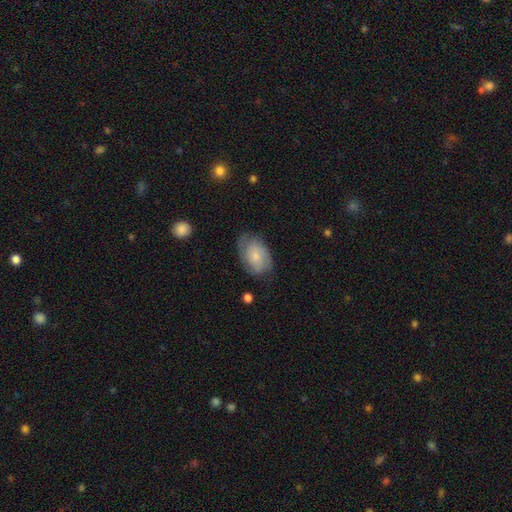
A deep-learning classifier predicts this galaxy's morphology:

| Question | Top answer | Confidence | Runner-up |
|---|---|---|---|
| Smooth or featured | smooth | 62% | featured or disk (31%) |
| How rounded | in between | 86% | round (13%) |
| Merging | none | 63% | minor disturbance (26%) |